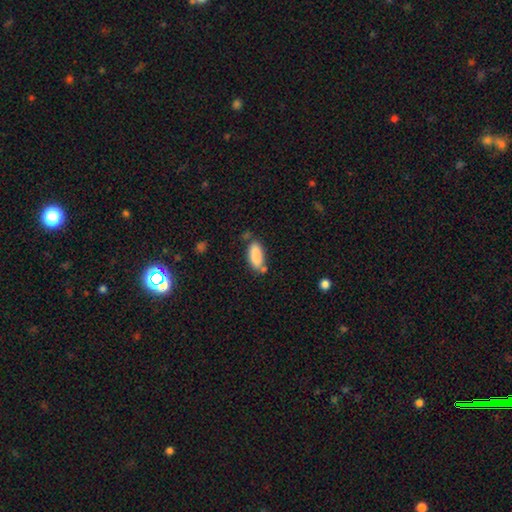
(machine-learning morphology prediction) This is clearly a smooth galaxy (87%). How rounded: clearly in between (84%). Merging: likely none (60%).